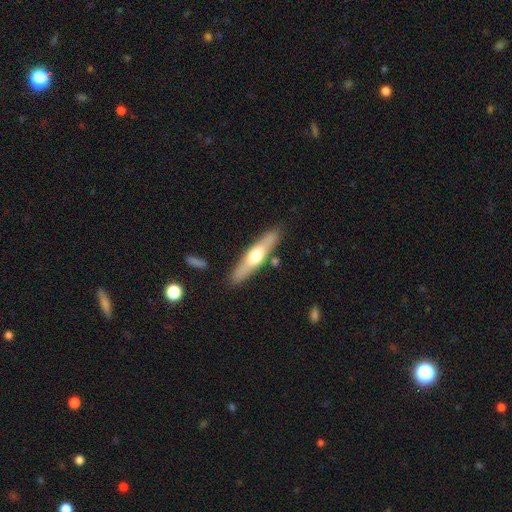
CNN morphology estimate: This is possibly a featured or disk galaxy (49%). Merging: clearly none (85%).